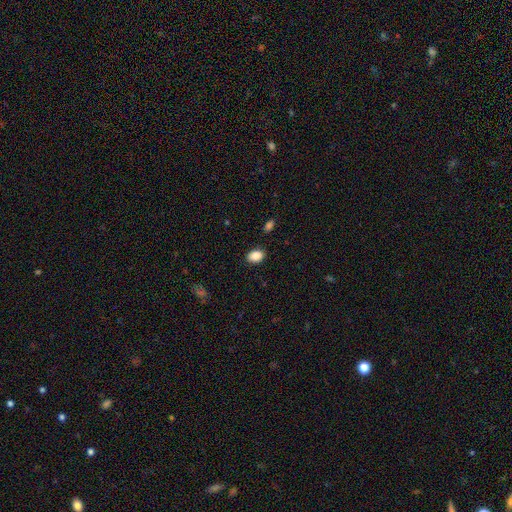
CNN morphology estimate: Overall: smooth (88%). How rounded: in between (80%). Merging: none (87%).